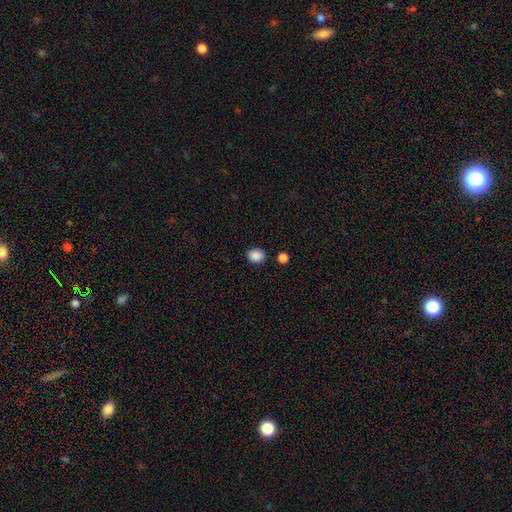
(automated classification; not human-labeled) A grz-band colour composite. It shows a smooth galaxy with no disk features (88%) that is round (51%). Merging: none (85%).